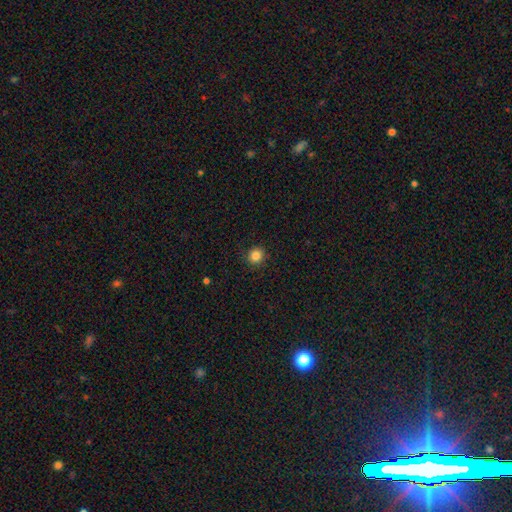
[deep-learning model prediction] The model was most divided on "smooth or featured": smooth: 84%, star or artifact: 12%, featured or disk: 4%. More confident: how rounded — round (92%); merging — none (90%).